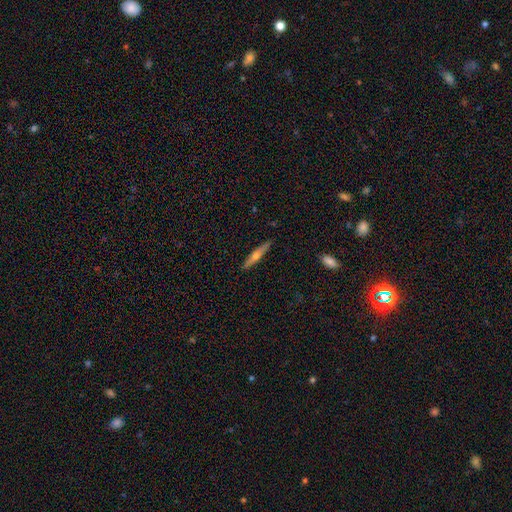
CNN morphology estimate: The model was most divided on "smooth or featured": featured or disk: 58%, smooth: 36%, star or artifact: 6%. More confident: edge-on disk — yes (96%); edge-on bulge — rounded (90%); merging — none (90%).